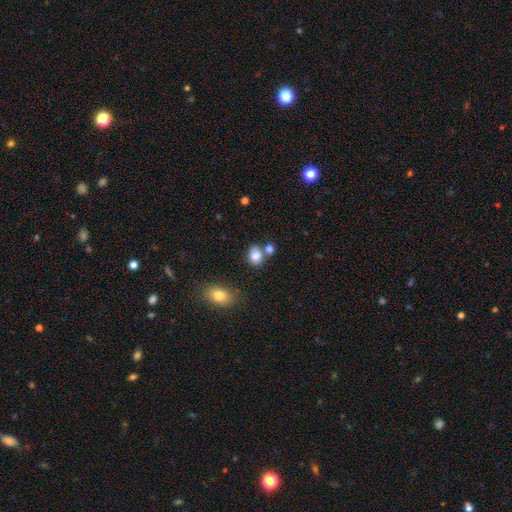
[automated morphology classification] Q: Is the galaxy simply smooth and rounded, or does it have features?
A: smooth — 82%.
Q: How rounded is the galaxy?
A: in between — 56%.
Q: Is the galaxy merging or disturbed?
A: none — 51%.